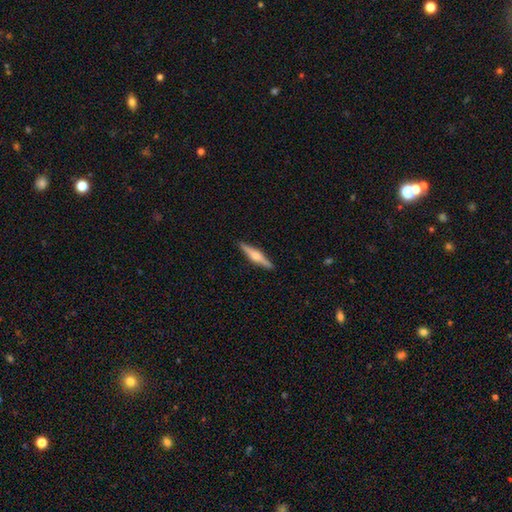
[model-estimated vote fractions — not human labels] Overall: featured or disk (64%; smooth 30%). Edge-on disk: yes (98%). Edge-on bulge: rounded (86%). Merging: none (91%).